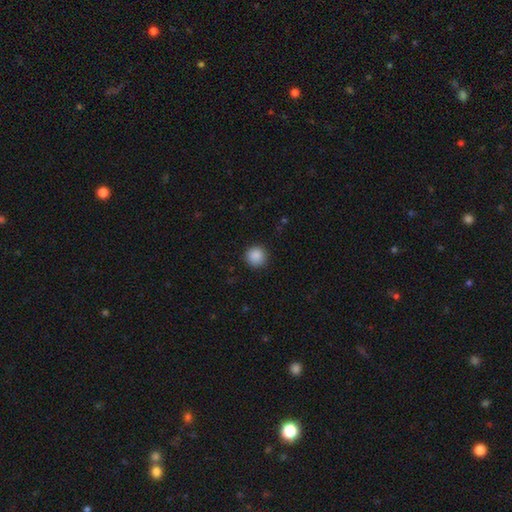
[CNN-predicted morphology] Smooth or featured?
  - smooth: 89% *
  - star or artifact: 8%
  - featured or disk: 3%
How rounded?
  - round: 95% *
  - in between: 4%
  - cigar-shaped: 1%
Merging?
  - none: 91% *
  - minor disturbance: 6%
  - major disturbance: 2%
  - merger: 1%